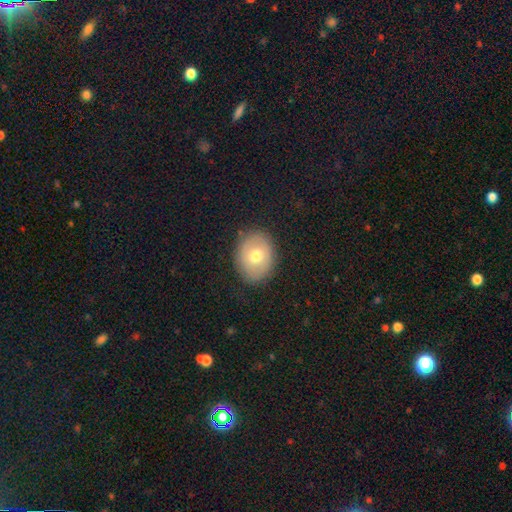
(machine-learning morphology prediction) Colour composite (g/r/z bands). It shows a smooth galaxy with no disk features (64%) that is in between round and cigar-shaped (58%). Merging: none (85%).